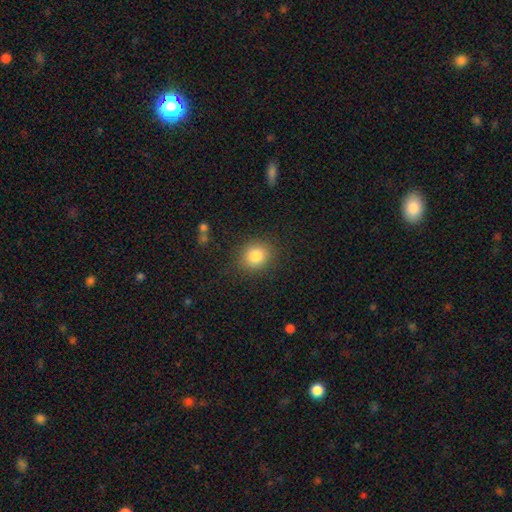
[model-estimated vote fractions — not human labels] Q: Smooth or featured?
A: smooth (84%); runner-up: star or artifact (10%)
Q: How rounded?
A: round (73%); runner-up: in between (26%)
Q: Merging?
A: none (86%); runner-up: minor disturbance (10%)